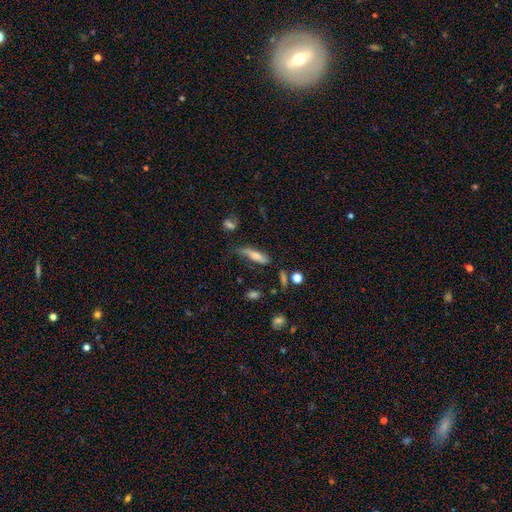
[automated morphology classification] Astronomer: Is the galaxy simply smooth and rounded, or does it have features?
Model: smooth — 52% (runner-up: featured or disk, 38%).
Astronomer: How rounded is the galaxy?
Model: cigar-shaped — 68%.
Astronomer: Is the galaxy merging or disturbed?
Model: none — 50% (runner-up: minor disturbance, 30%).